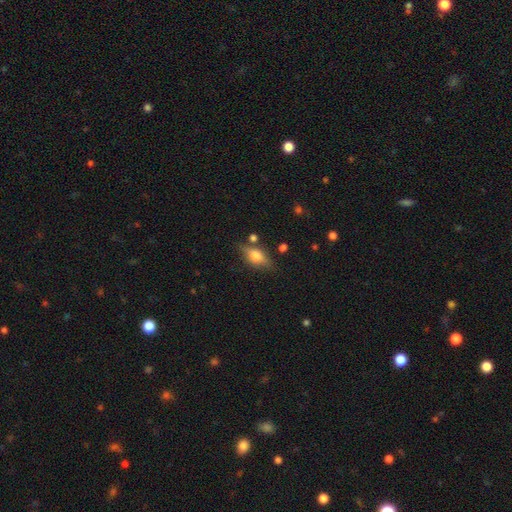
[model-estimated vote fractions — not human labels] smooth-or-featured: smooth: 52% | featured or disk: 39% | star or artifact: 9%
  how-rounded: in between: 75% | cigar-shaped: 15% | round: 10%
  merging: none: 74% | minor disturbance: 17% | major disturbance: 5% | merger: 4%